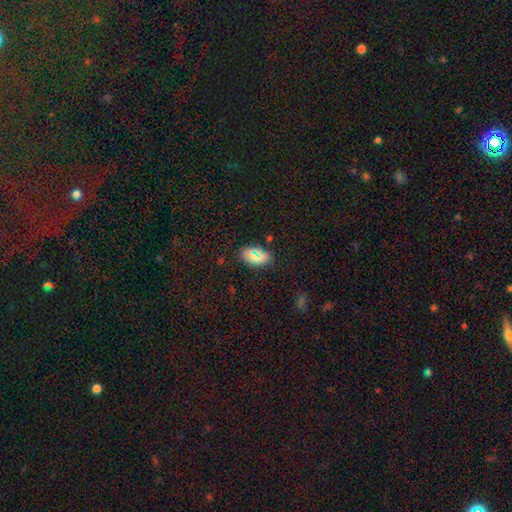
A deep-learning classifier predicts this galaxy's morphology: A smooth galaxy with no disk features (72%) that is in between round and cigar-shaped (91%).

Vote fractions:
- Smooth or featured? smooth: 72% / star or artifact: 19% / featured or disk: 9%
- How rounded? in between: 91% / round: 6% / cigar-shaped: 3%
- Merging? none: 85% / minor disturbance: 11% / major disturbance: 3% / merger: 2%